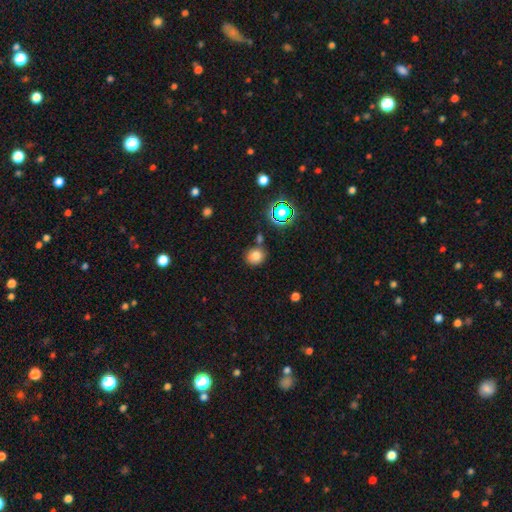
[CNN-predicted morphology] A smooth galaxy with no disk features (78%) that is round (72%). Merging: none (73%).